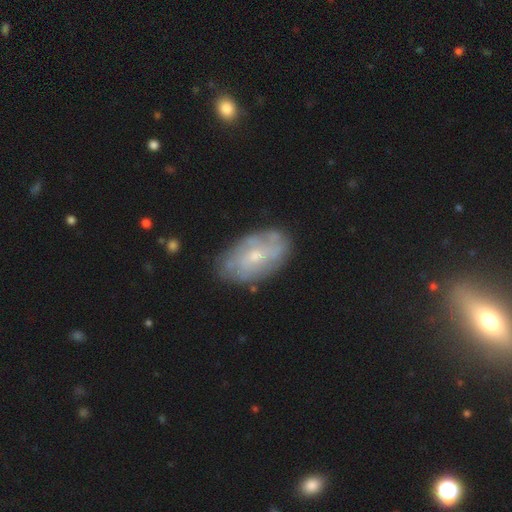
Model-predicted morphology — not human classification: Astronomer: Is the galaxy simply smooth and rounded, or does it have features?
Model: featured or disk — 58% (runner-up: smooth, 35%).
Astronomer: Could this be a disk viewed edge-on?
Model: no — 94%.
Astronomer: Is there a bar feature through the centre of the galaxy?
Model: no — 68%.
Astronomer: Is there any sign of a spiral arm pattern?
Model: yes — 63%.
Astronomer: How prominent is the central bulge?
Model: small — 54% (runner-up: moderate, 41%).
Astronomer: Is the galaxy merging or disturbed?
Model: none — 75%.